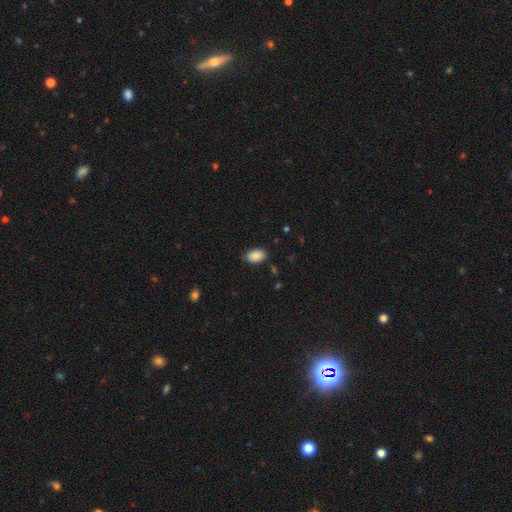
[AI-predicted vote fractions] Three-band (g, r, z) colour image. It shows a smooth galaxy with no disk features (88%) that is in between round and cigar-shaped (91%). Merging: none (81%).